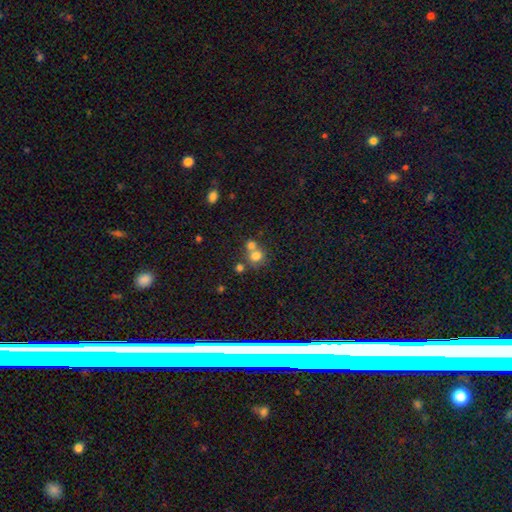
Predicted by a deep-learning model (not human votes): This appears to be a smooth galaxy with no disk features (76%) that is round (83%). Merging: merger (46%).